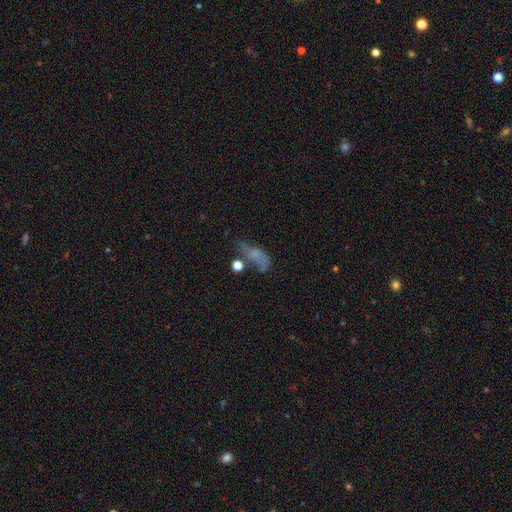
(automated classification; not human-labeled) Smooth or featured?
  - smooth: 42% *
  - featured or disk: 39%
  - star or artifact: 19%
Merging?
  - major disturbance: 32% *
  - none: 31%
  - minor disturbance: 22%
  - merger: 14%